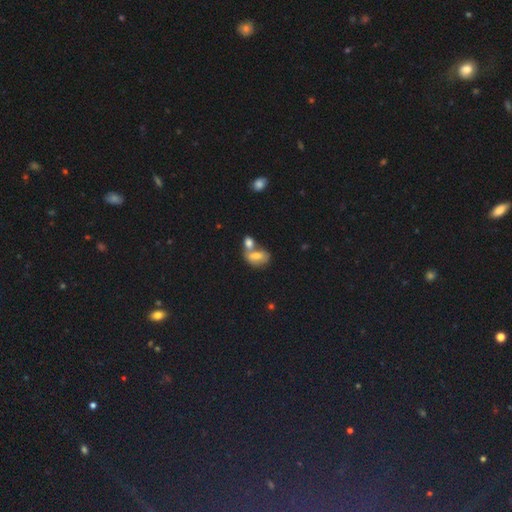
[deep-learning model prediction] This appears to be a smooth galaxy with no disk features (69%) that is in between round and cigar-shaped (82%). Merging: merger (57%).